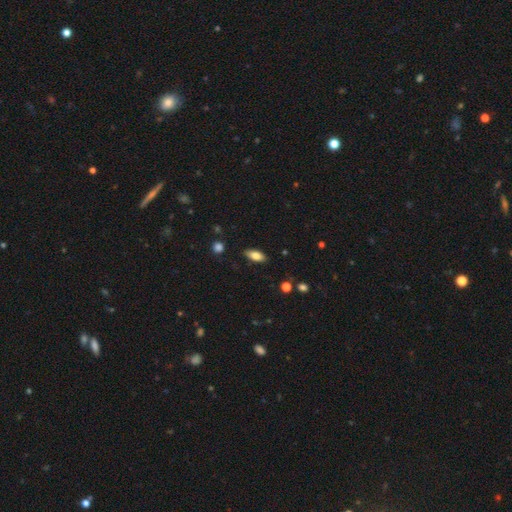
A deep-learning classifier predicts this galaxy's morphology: The model was most divided on "smooth or featured": smooth: 80%, featured or disk: 12%, star or artifact: 7%. More confident: merging — none (86%); how rounded — in between (85%).